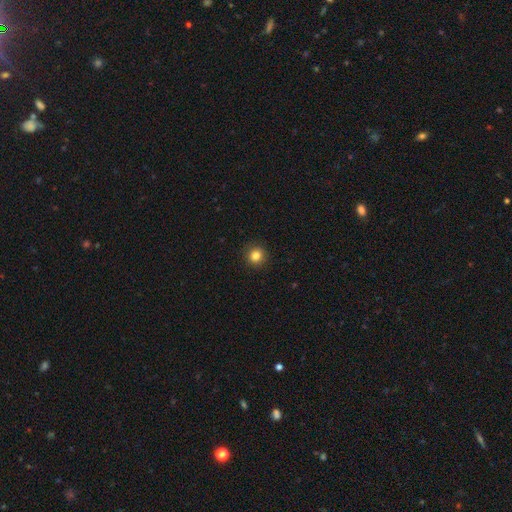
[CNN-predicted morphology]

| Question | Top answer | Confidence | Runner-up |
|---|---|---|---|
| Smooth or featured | smooth | 84% | star or artifact (11%) |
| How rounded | round | 91% | in between (8%) |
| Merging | none | 92% | minor disturbance (5%) |